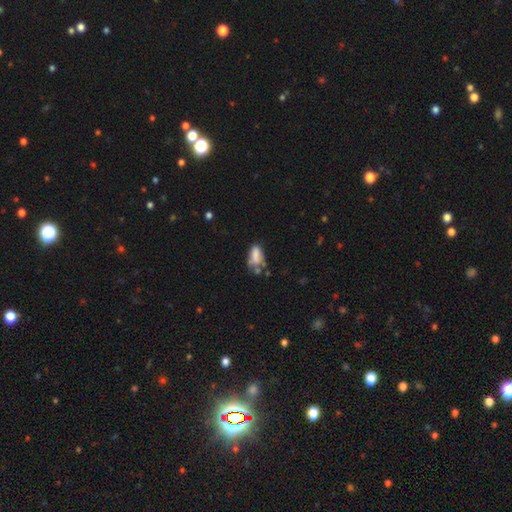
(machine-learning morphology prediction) This appears to be a smooth galaxy with no disk features (70%) that is in between round and cigar-shaped (86%). Merging: none (34%).